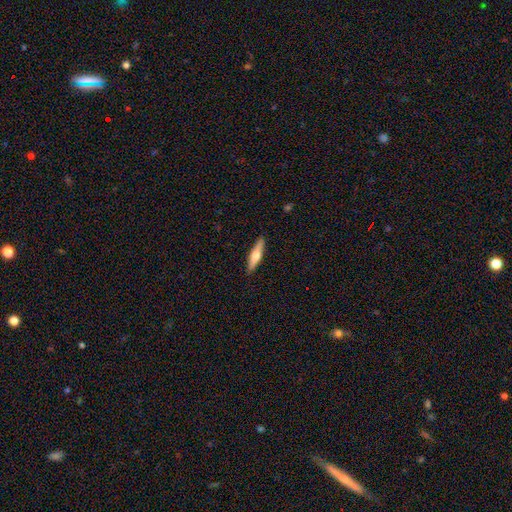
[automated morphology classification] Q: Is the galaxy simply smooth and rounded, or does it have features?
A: smooth — 54%.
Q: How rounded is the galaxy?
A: cigar-shaped — 75%.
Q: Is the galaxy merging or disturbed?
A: none — 89%.